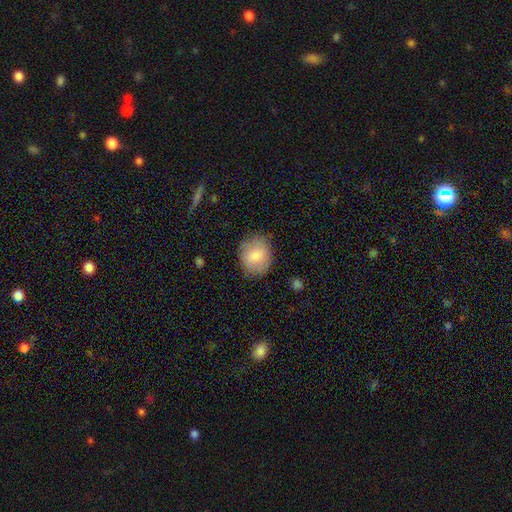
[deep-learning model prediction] smooth-or-featured: smooth: 78% | featured or disk: 15% | star or artifact: 7%
  how-rounded: round: 62% | in between: 37% | cigar-shaped: 1%
  merging: none: 79% | minor disturbance: 16% | major disturbance: 4% | merger: 1%